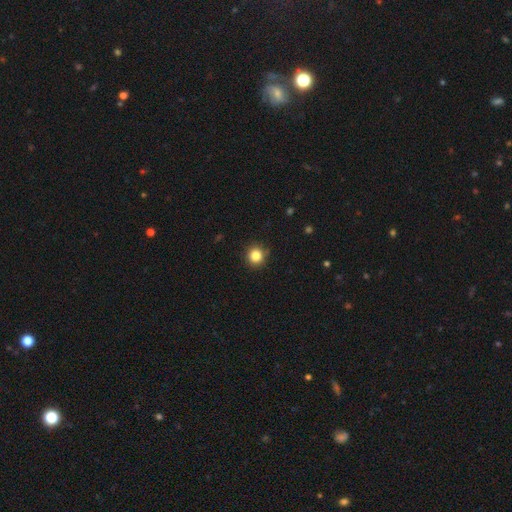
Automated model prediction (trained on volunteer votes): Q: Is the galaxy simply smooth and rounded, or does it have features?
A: smooth — 84%.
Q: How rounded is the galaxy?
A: round — 94%.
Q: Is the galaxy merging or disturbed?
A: none — 90%.